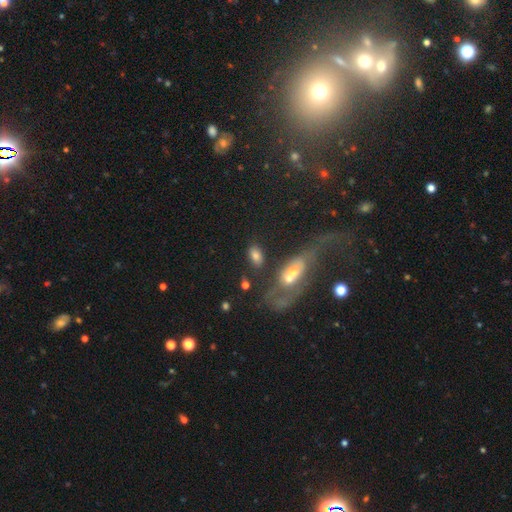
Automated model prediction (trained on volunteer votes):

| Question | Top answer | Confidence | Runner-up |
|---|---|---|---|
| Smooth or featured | smooth | 67% | featured or disk (22%) |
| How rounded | in between | 87% | round (9%) |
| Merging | none | 45% | merger (29%) |